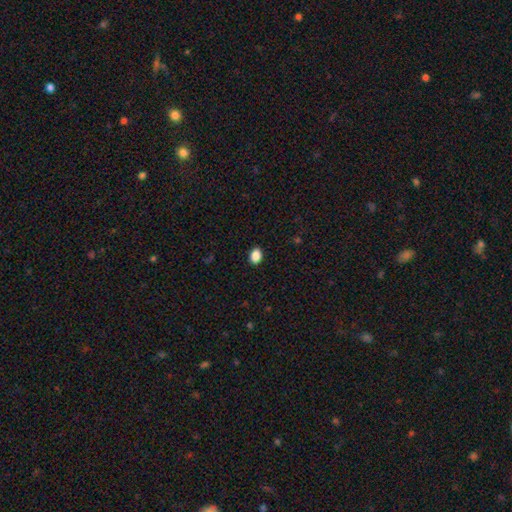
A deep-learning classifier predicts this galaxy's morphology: Overall: smooth (88%). How rounded: in between (74%). Merging: none (90%).